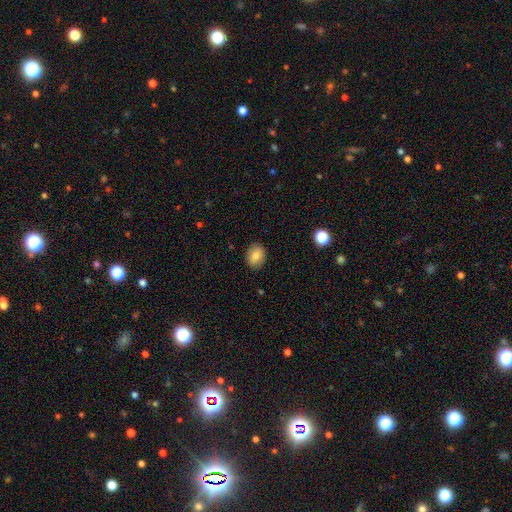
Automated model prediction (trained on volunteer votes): A smooth galaxy with no disk features (82%) that is in between round and cigar-shaped (66%). Merging: none (88%).